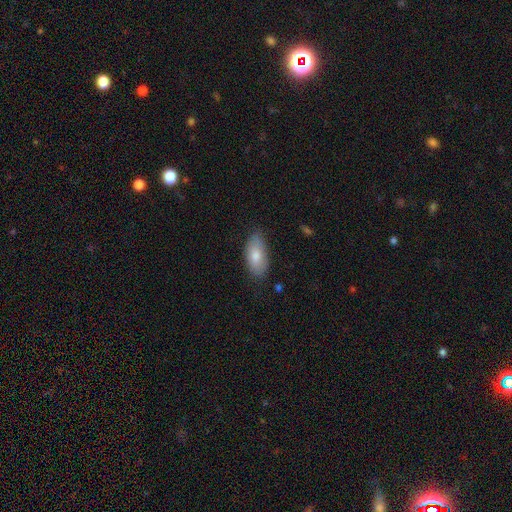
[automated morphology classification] Smooth or featured? Predicted: smooth (p=0.77). How rounded? Predicted: in between (p=0.91). Merging? Predicted: none (p=0.78).